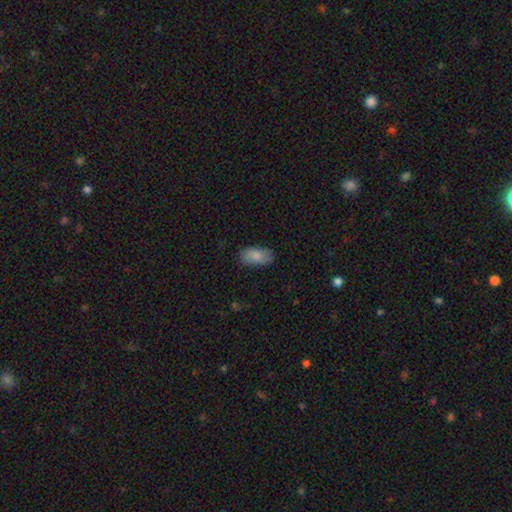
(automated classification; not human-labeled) Smooth or featured: smooth — 83% (featured or disk — 10%)
How rounded: in between — 94% (round — 4%)
Merging: none — 80% (minor disturbance — 15%)